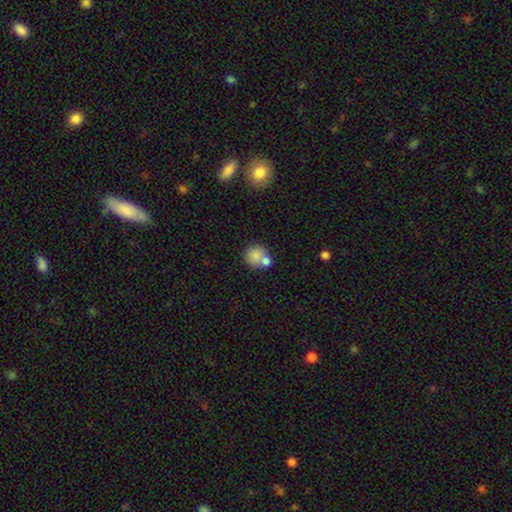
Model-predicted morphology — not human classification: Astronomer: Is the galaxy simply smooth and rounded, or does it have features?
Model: smooth — 79%.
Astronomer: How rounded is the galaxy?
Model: round — 85%.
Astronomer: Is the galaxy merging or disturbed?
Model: none — 51% (runner-up: merger, 35%).